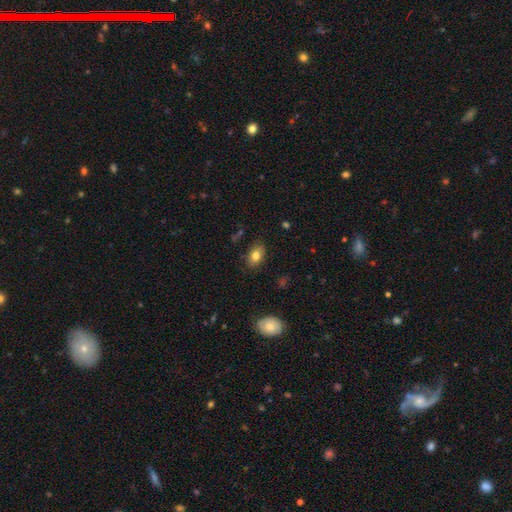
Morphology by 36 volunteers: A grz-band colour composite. It shows a smooth galaxy with no disk features (69%) that is in between round and cigar-shaped (76%). Merging: none (80%).